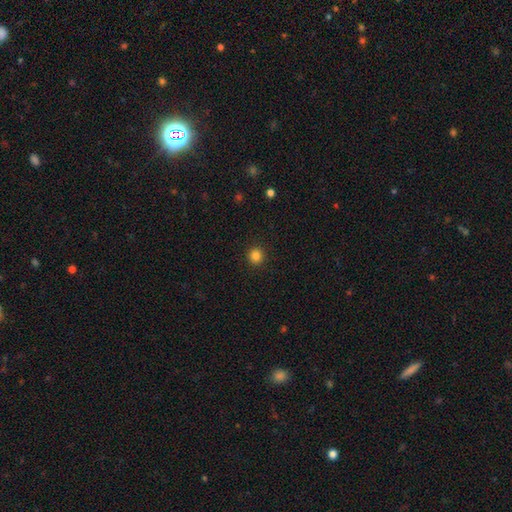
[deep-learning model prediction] Overall: smooth (84%). How rounded: round (92%). Merging: none (92%).